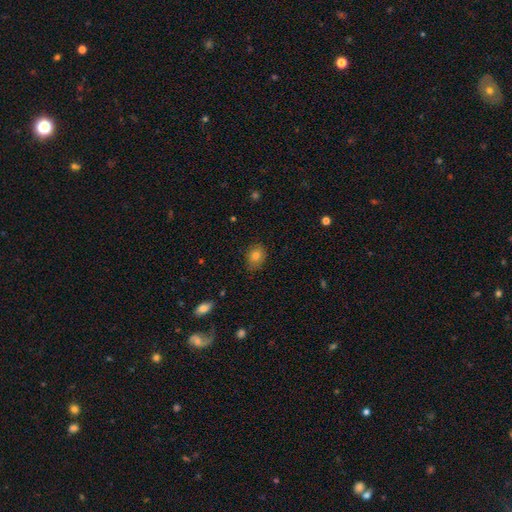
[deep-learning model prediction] Smooth or featured?
  - smooth: 79% *
  - star or artifact: 11%
  - featured or disk: 10%
How rounded?
  - in between: 50% *
  - round: 49%
  - cigar-shaped: 1%
Merging?
  - none: 80% *
  - minor disturbance: 16%
  - major disturbance: 3%
  - merger: 1%